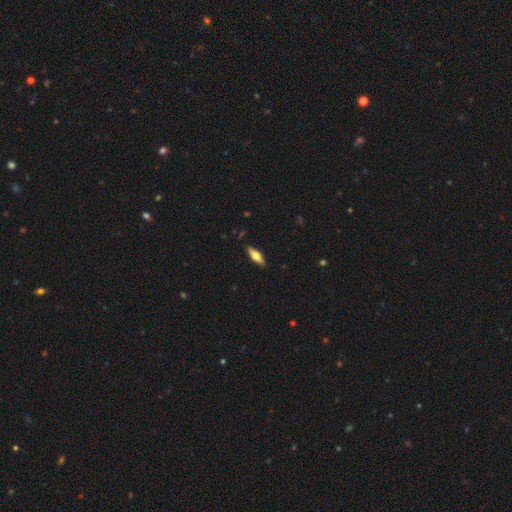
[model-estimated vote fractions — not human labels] A smooth galaxy with no disk features (52%) that is in between round and cigar-shaped (54%).

Vote fractions:
- Smooth or featured? smooth: 52% / featured or disk: 42% / star or artifact: 6%
- How rounded? in between: 54% / cigar-shaped: 43% / round: 2%
- Merging? none: 88% / minor disturbance: 9% / major disturbance: 2% / merger: 1%